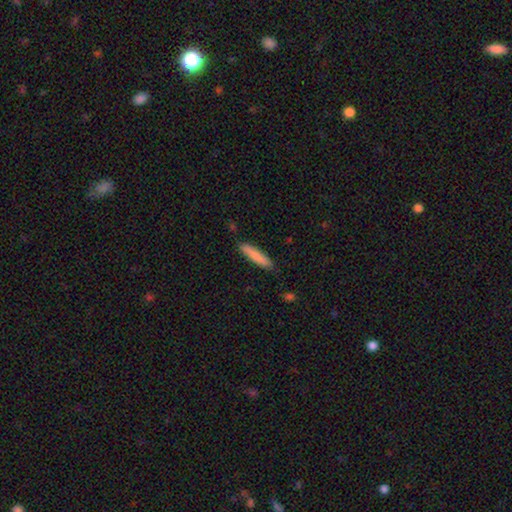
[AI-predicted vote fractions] smooth-or-featured: smooth: 82% | featured or disk: 12% | star or artifact: 6%
  how-rounded: cigar-shaped: 87% | in between: 12% | round: 1%
  merging: none: 87% | minor disturbance: 10% | major disturbance: 2% | merger: 1%